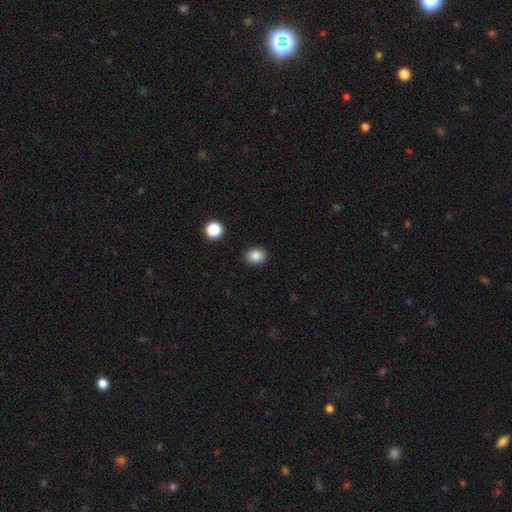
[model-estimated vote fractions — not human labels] Overall: smooth (86%). How rounded: round (64%; in between 35%). Merging: none (89%).